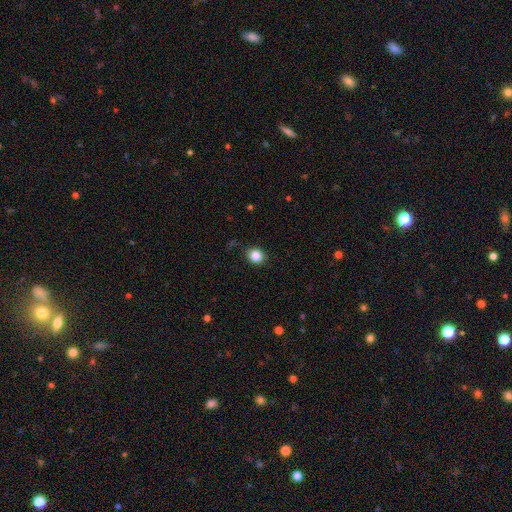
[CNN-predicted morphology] Smooth or featured?
  - smooth: 85% *
  - star or artifact: 11%
  - featured or disk: 4%
How rounded?
  - round: 76% *
  - in between: 23%
  - cigar-shaped: 1%
Merging?
  - none: 84% *
  - minor disturbance: 12%
  - major disturbance: 3%
  - merger: 1%